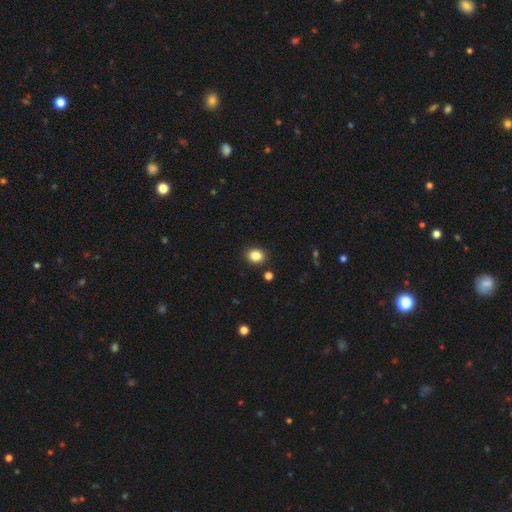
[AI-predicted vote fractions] Smooth or featured? Predicted: smooth (p=0.86). How rounded? Predicted: round (p=0.65). Merging? Predicted: none (p=0.89).